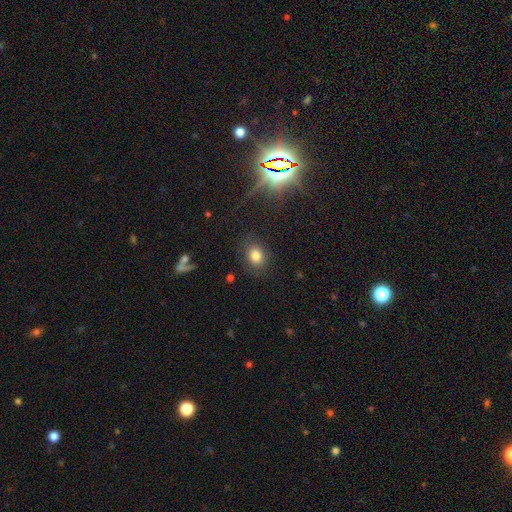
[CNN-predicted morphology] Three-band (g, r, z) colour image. It shows a smooth galaxy with no disk features (80%) that is in between round and cigar-shaped (54%). Merging: none (82%).